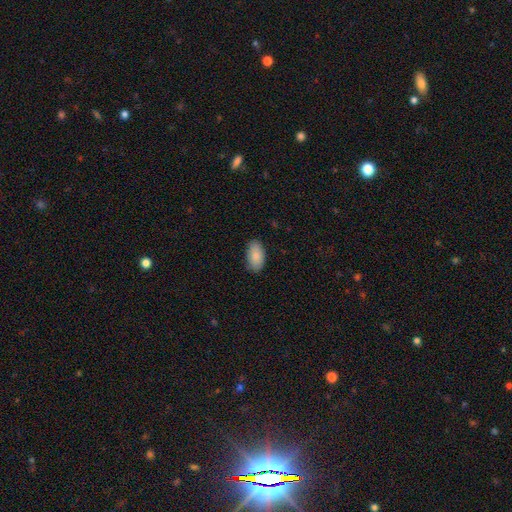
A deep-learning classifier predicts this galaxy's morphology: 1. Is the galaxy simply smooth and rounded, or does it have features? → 88% smooth, 6% star or artifact, 5% featured or disk.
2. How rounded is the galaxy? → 94% in between, 3% round, 2% cigar-shaped.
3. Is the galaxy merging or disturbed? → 85% none, 12% minor disturbance, 2% major disturbance, 1% merger.